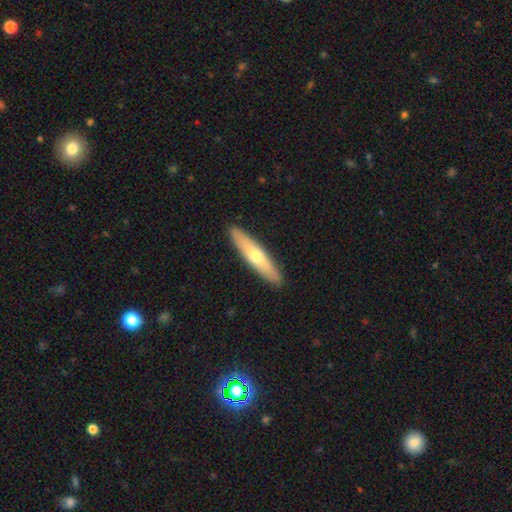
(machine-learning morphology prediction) smooth_or_featured: smooth (p=0.53) [alt: featured or disk p=0.42]
how_rounded: cigar-shaped (p=0.85) [alt: in between p=0.13]
merging: none (p=0.92) [alt: minor disturbance p=0.06]